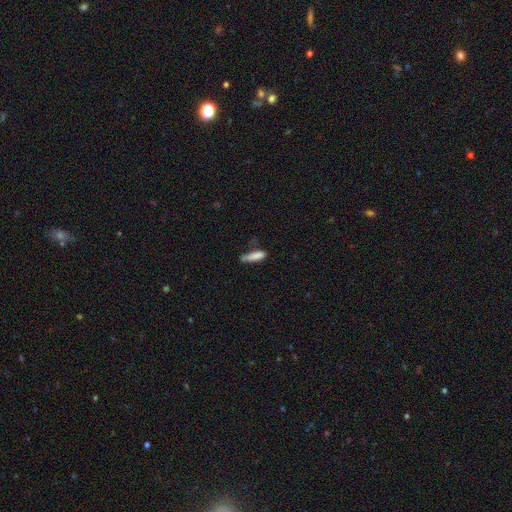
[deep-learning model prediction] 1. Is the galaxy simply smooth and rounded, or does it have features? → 82% smooth, 10% featured or disk, 8% star or artifact.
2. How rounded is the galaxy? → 62% cigar-shaped, 36% in between, 2% round.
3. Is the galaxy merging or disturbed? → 47% none, 32% minor disturbance, 13% major disturbance, 8% merger.